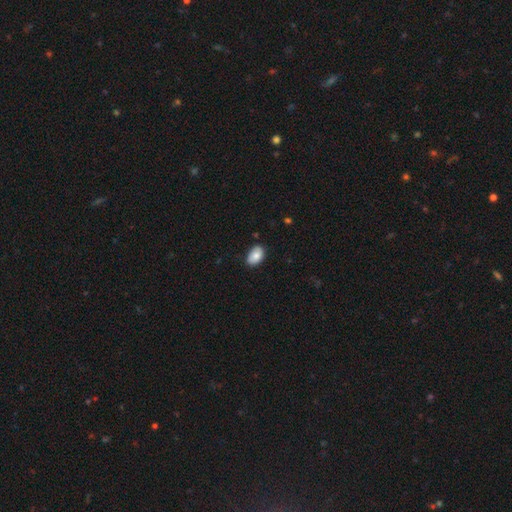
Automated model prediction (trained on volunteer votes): Q: Smooth or featured?
A: smooth (81%); runner-up: featured or disk (11%)
Q: How rounded?
A: in between (89%); runner-up: round (9%)
Q: Merging?
A: none (76%); runner-up: minor disturbance (19%)